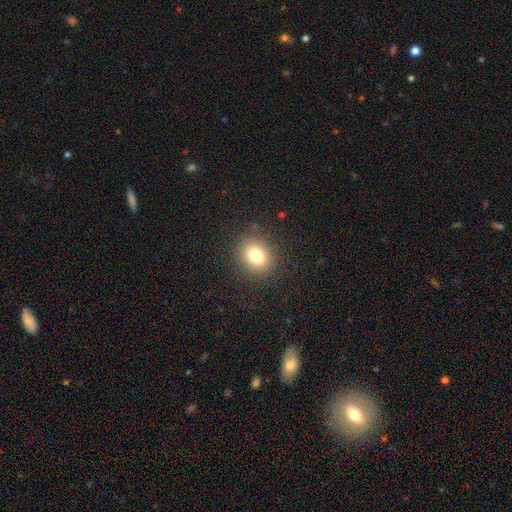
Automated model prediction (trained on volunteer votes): Smooth or featured: smooth — 78% (star or artifact — 13%)
How rounded: round — 71% (in between — 28%)
Merging: none — 88% (minor disturbance — 8%)